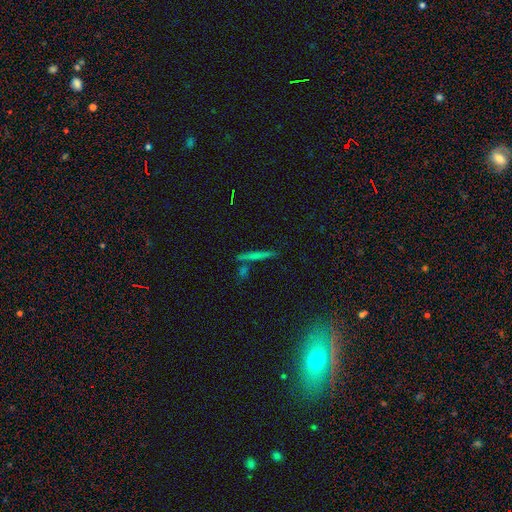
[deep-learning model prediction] The model was most divided on "smooth or featured": smooth: 50%, featured or disk: 37%, star or artifact: 13%. More confident: how rounded — cigar-shaped (92%); merging — none (78%).